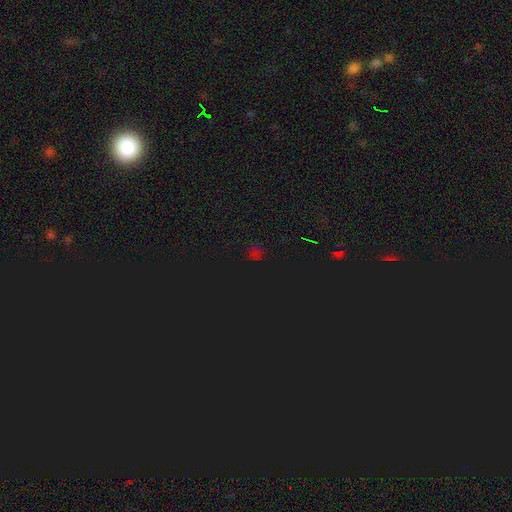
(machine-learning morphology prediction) Smooth or featured? star or artifact (68%)